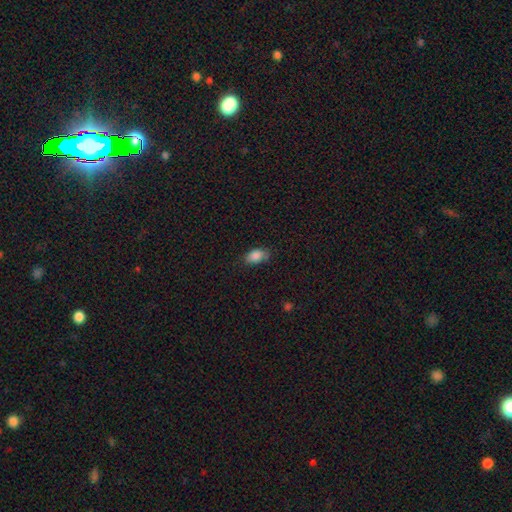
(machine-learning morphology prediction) Smooth or featured? Predicted: smooth (p=0.86). How rounded? Predicted: in between (p=0.89). Merging? Predicted: none (p=0.70).